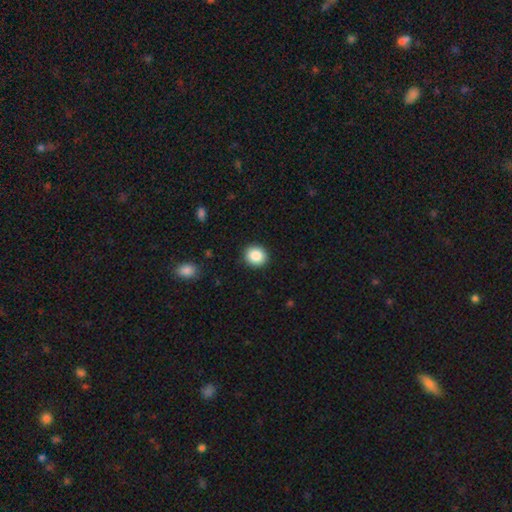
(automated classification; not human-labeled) smooth 87%, star or artifact 9%, featured or disk 4%. Down the decision tree: how rounded — round (82%); merging — none (91%).